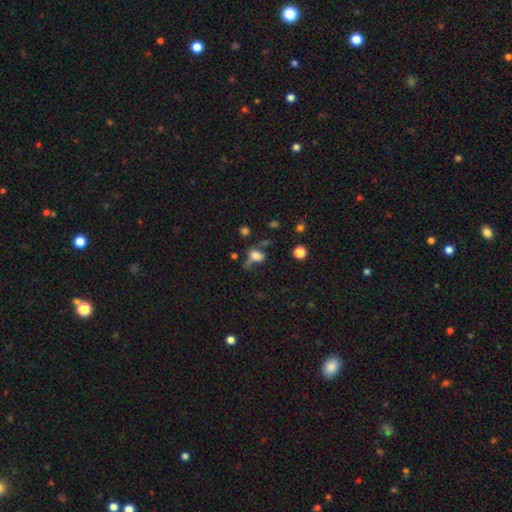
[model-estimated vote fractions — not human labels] Q: Smooth or featured?
A: smooth (66%); runner-up: featured or disk (19%)
Q: How rounded?
A: in between (69%); runner-up: round (26%)
Q: Merging?
A: none (37%); runner-up: major disturbance (27%)